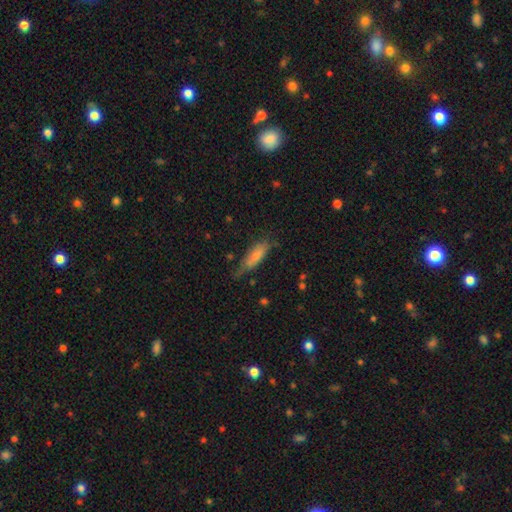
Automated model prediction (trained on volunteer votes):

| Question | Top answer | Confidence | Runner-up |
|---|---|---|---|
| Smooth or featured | smooth | 69% | featured or disk (24%) |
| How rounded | in between | 50% | cigar-shaped (48%) |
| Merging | none | 50% | minor disturbance (33%) |